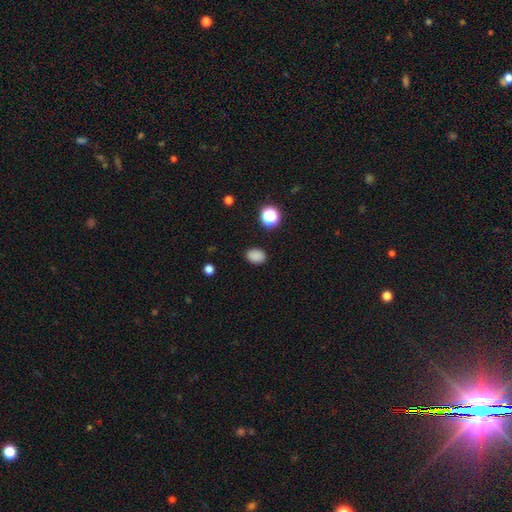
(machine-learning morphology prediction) Overall: smooth (84%). How rounded: in between (66%; round 33%). Merging: none (87%).